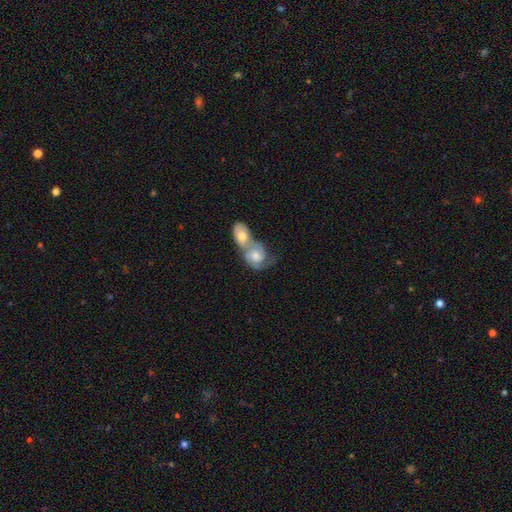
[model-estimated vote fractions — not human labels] Q: Smooth or featured?
A: featured or disk (54%); runner-up: smooth (40%)
Q: Edge-on disk?
A: no (97%); runner-up: yes (3%)
Q: Bar?
A: no (72%); runner-up: weak (24%)
Q: Spiral arms?
A: yes (79%); runner-up: no (21%)
Q: Bulge size?
A: moderate (55%); runner-up: large (18%)
Q: Merging?
A: merger (80%); runner-up: none (10%)